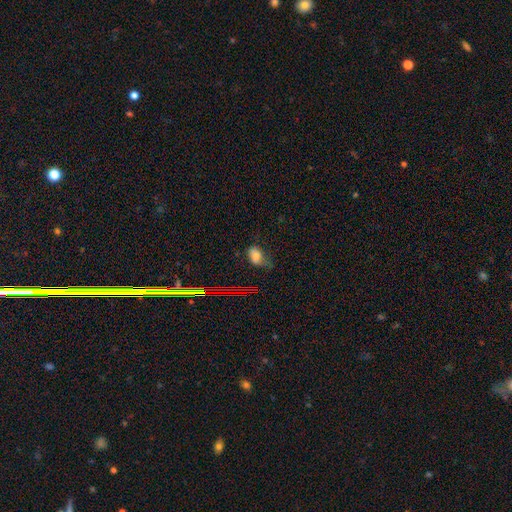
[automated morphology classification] Smooth or featured? smooth (67%)
How rounded? in between (83%)
Merging? none (42%)